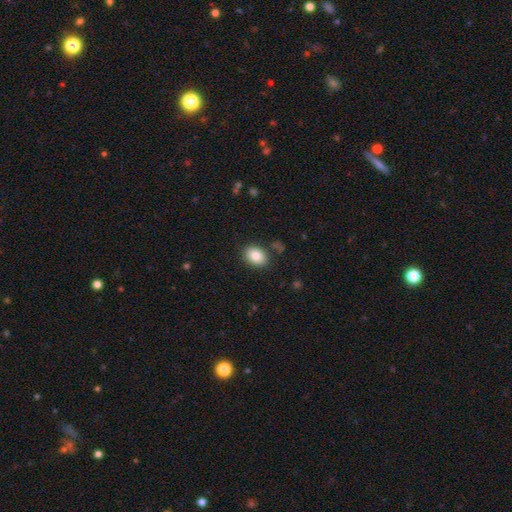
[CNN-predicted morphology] type=smooth (85%); roundness=in between (72%); merging=none (85%).